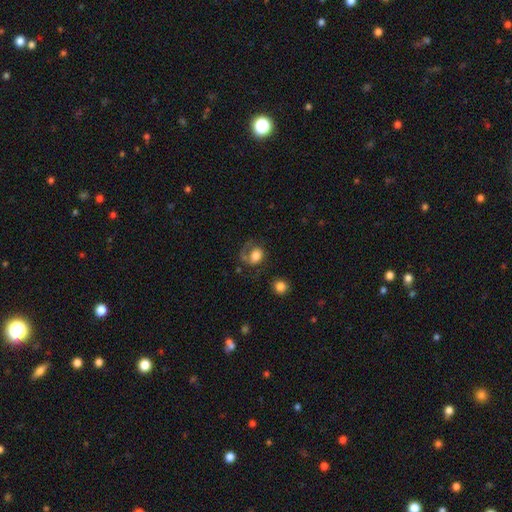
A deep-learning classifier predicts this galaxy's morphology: A smooth galaxy with no disk features (57%) that is in between round and cigar-shaped (51%). Merging: none (41%).